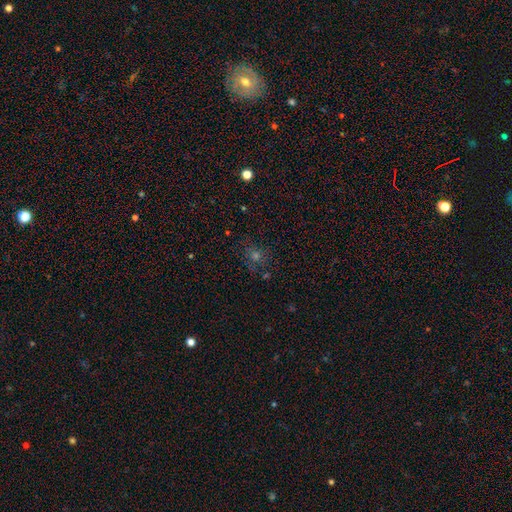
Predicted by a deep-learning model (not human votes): Q: Smooth or featured?
A: smooth (43%); runner-up: star or artifact (39%)
Q: Merging?
A: none (77%); runner-up: minor disturbance (14%)